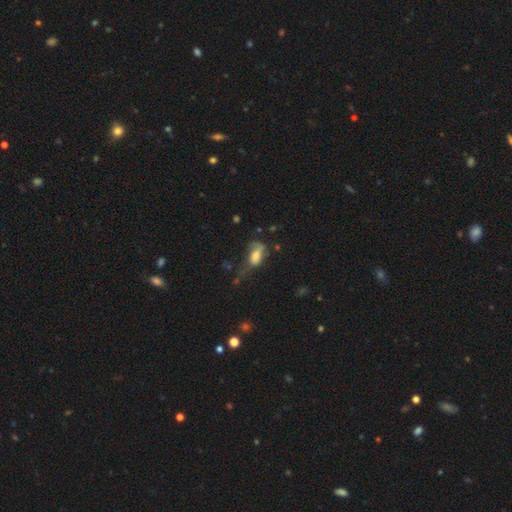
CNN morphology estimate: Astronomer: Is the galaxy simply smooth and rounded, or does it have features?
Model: smooth — 68%.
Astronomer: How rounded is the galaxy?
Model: in between — 87%.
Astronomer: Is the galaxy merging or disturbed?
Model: major disturbance — 42% (runner-up: minor disturbance, 28%).